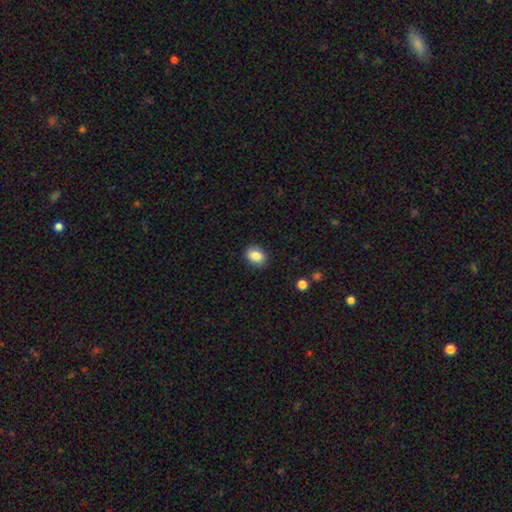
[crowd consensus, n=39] smooth-or-featured: smooth: 90% | star or artifact: 8% | featured or disk: 3%
  how-rounded: in between: 66% | round: 34% | cigar-shaped: 0%
  merging: none: 81% | minor disturbance: 11% | major disturbance: 8% | merger: 0%